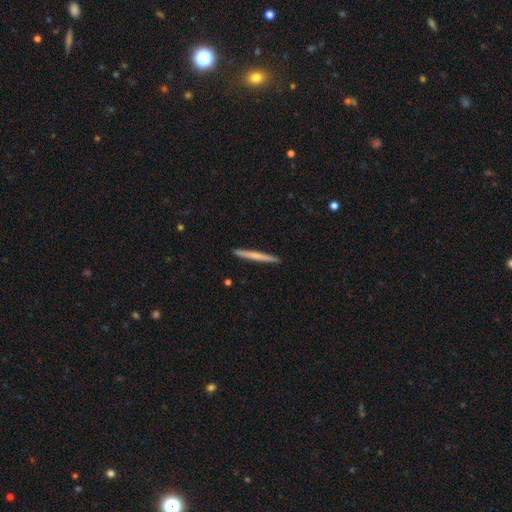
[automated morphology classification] Q: Smooth or featured?
A: smooth (53%); runner-up: featured or disk (41%)
Q: How rounded?
A: cigar-shaped (97%); runner-up: in between (2%)
Q: Merging?
A: none (93%); runner-up: minor disturbance (5%)